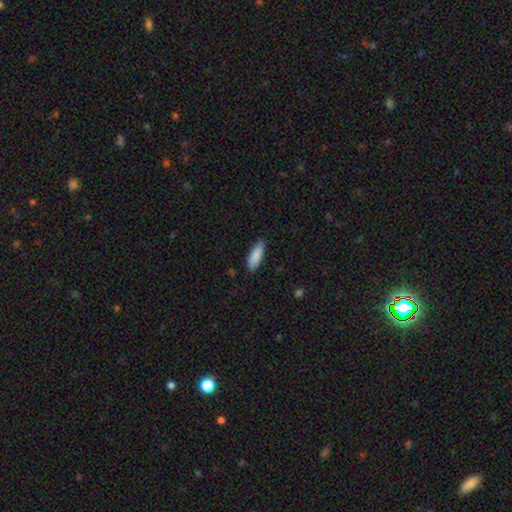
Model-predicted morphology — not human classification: Smooth or featured: smooth — 88% (featured or disk — 7%)
How rounded: in between — 65% (cigar-shaped — 33%)
Merging: none — 84% (minor disturbance — 13%)